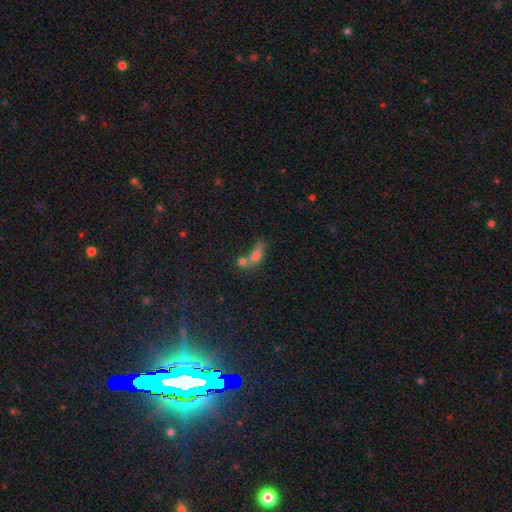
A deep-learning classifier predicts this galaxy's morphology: smooth 67%, featured or disk 20%, star or artifact 13%. Down the decision tree: how rounded — in between (63%); merging — merger (59%).